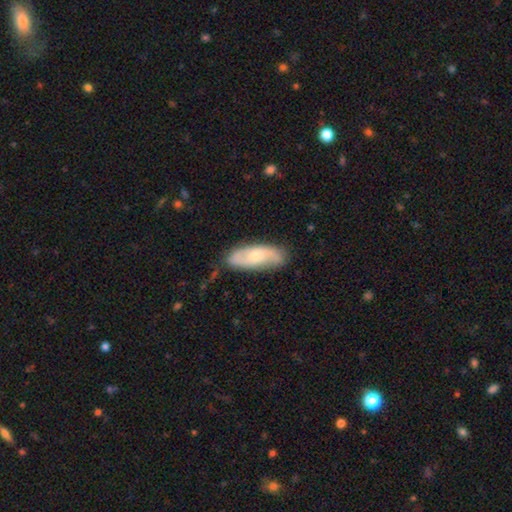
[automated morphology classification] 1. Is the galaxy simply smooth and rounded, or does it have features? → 47% featured or disk (tied), 47% smooth (tied), 6% star or artifact.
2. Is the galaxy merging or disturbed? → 78% none, 17% minor disturbance, 3% major disturbance, 2% merger.